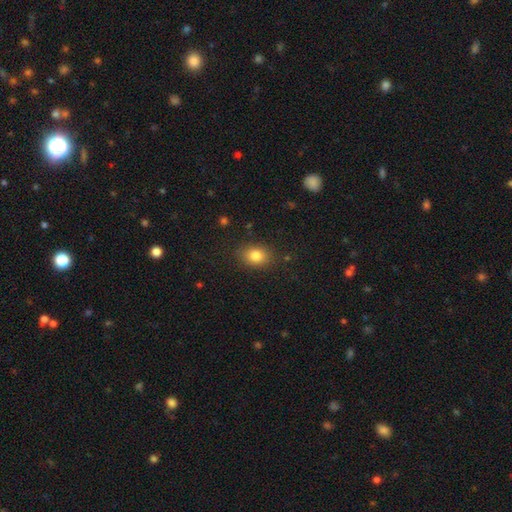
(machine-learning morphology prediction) smooth_or_featured: smooth (p=0.82) [alt: star or artifact p=0.10]
how_rounded: in between (p=0.62) [alt: round p=0.37]
merging: none (p=0.85) [alt: minor disturbance p=0.10]